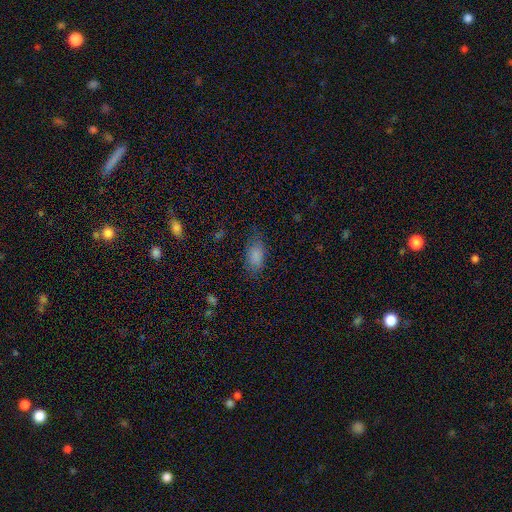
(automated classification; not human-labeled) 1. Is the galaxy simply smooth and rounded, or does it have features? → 84% smooth, 10% star or artifact, 6% featured or disk.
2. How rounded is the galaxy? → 91% in between, 5% round, 4% cigar-shaped.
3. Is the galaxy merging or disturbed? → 73% none, 19% minor disturbance, 6% major disturbance, 1% merger.